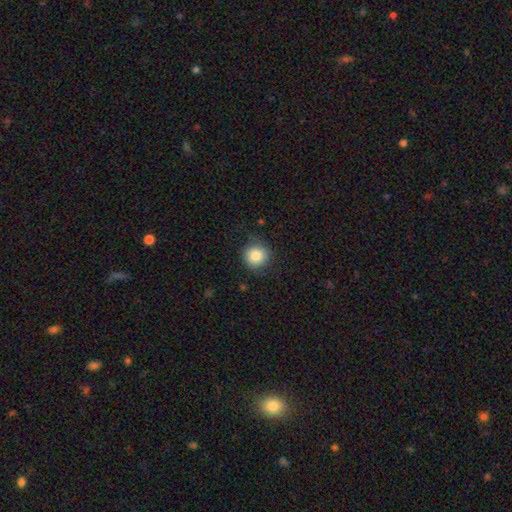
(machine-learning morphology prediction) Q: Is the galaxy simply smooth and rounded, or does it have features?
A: smooth — 84%.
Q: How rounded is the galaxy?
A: round — 91%.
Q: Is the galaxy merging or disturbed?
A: none — 79%.